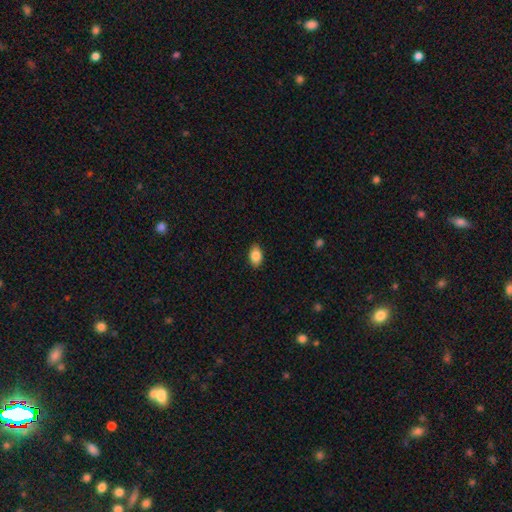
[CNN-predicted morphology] Smooth or featured?
  - smooth: 85% *
  - star or artifact: 8%
  - featured or disk: 7%
How rounded?
  - in between: 89% *
  - round: 9%
  - cigar-shaped: 1%
Merging?
  - none: 89% *
  - minor disturbance: 9%
  - major disturbance: 2%
  - merger: 1%